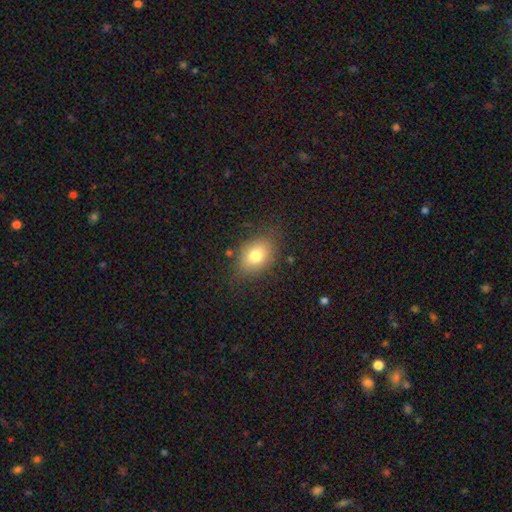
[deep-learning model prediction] Smooth or featured?
  - smooth: 76% *
  - featured or disk: 13%
  - star or artifact: 11%
How rounded?
  - in between: 72% *
  - round: 27%
  - cigar-shaped: 1%
Merging?
  - none: 78% *
  - minor disturbance: 16%
  - major disturbance: 5%
  - merger: 2%